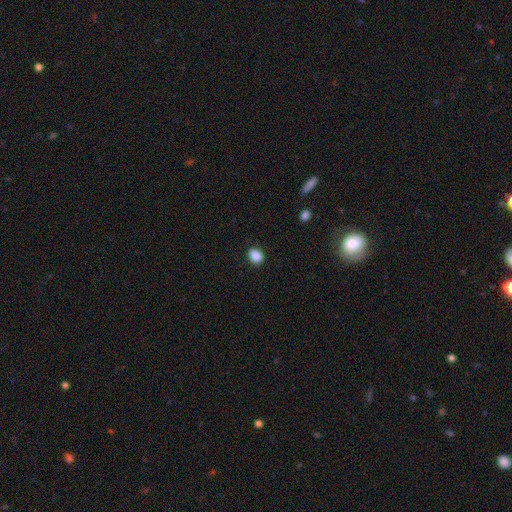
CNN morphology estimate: Overall: smooth (88%). How rounded: in between (59%; round 40%). Merging: none (89%).